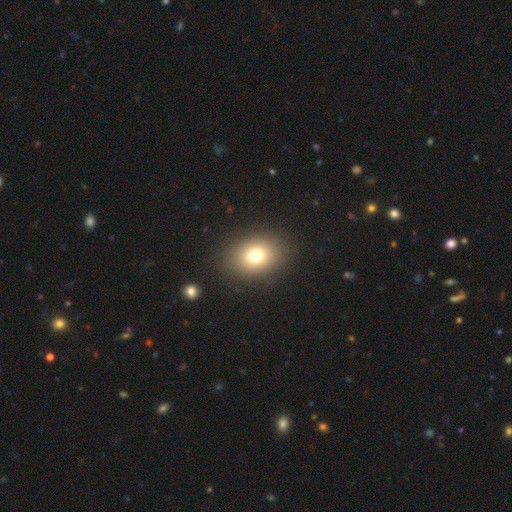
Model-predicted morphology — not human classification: A smooth galaxy with no disk features (75%) that is in between round and cigar-shaped (57%). Merging: none (87%).